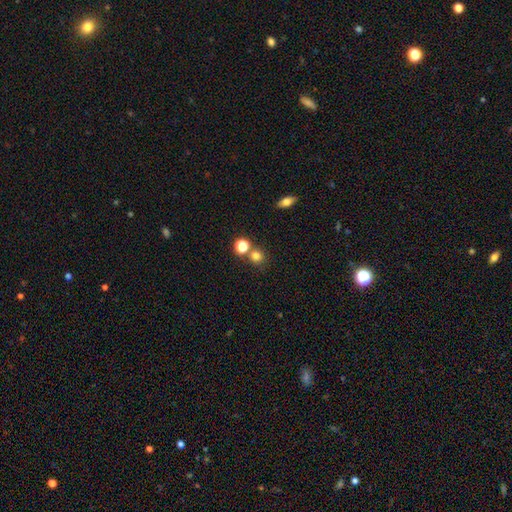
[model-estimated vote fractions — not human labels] Smooth or featured? Predicted: smooth (p=0.77). How rounded? Predicted: round (p=0.89). Merging? Predicted: none (p=0.67).